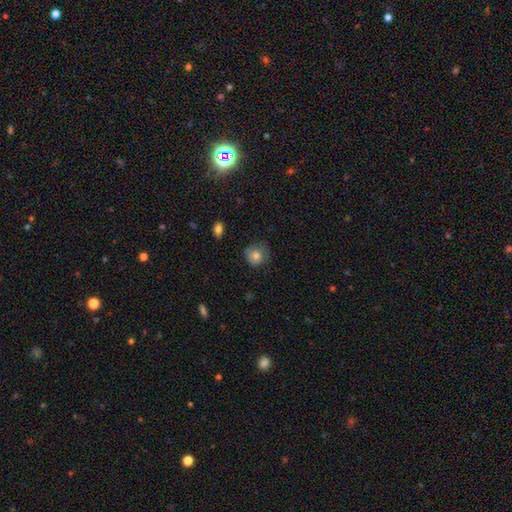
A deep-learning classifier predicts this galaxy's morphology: Smooth or featured? Predicted: smooth (p=0.80). How rounded? Predicted: round (p=0.85). Merging? Predicted: none (p=0.68).